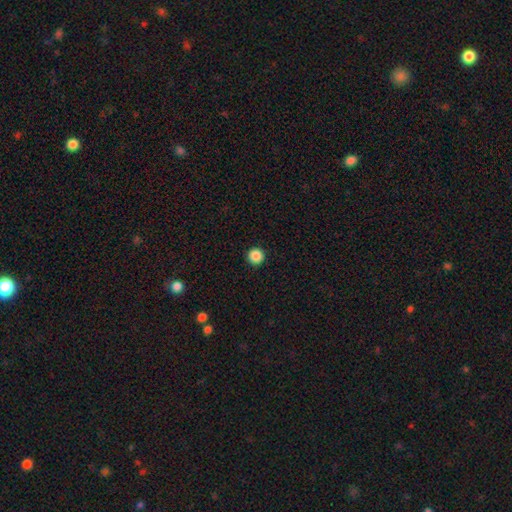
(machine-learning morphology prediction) Overall: smooth (87%). How rounded: round (96%). Merging: none (93%).